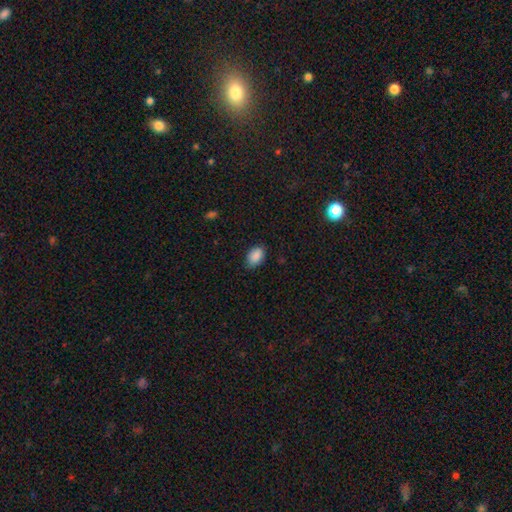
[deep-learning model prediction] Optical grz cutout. It shows a smooth galaxy with no disk features (89%) that is in between round and cigar-shaped (88%). Merging: none (82%).